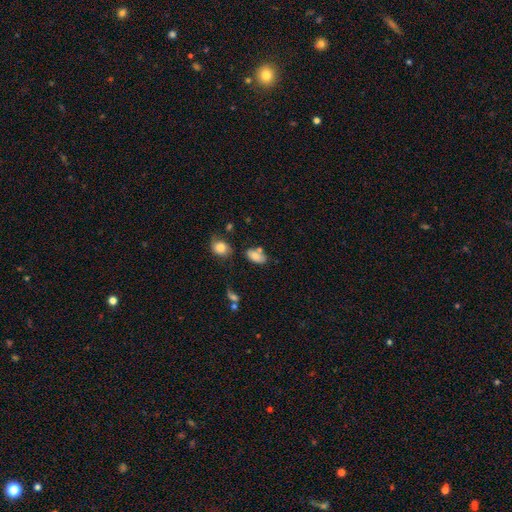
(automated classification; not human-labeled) Smooth or featured: smooth — 78% (featured or disk — 12%)
How rounded: in between — 90% (round — 7%)
Merging: none — 55% (minor disturbance — 21%)